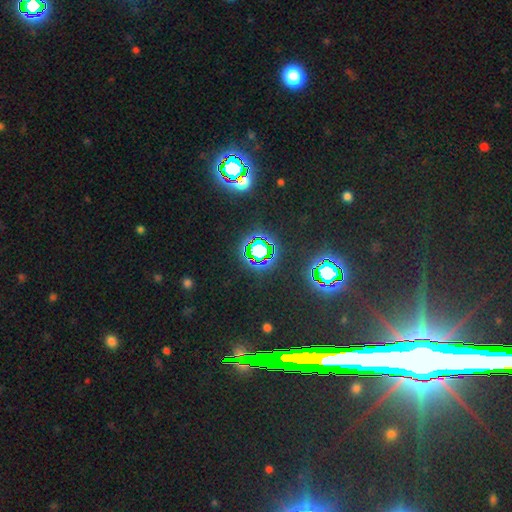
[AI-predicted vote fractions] Overall: star or artifact (79%).